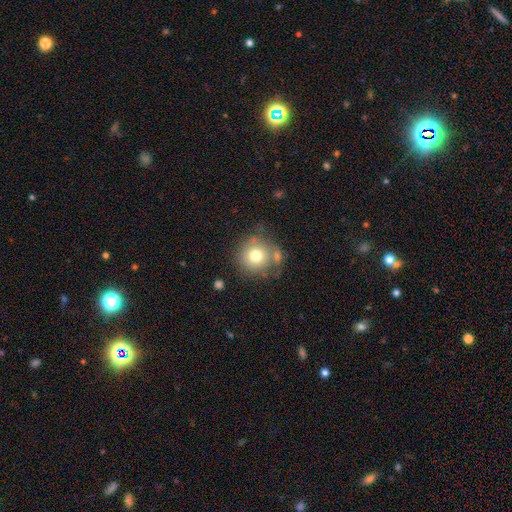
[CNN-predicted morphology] smooth 74%, featured or disk 15%, star or artifact 11%. Down the decision tree: how rounded — round (93%); merging — none (64%).